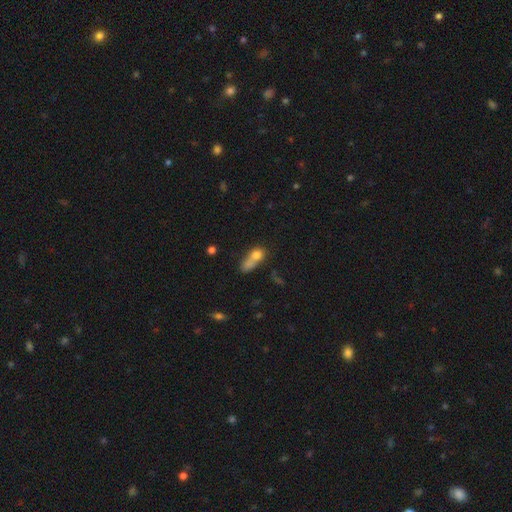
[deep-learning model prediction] The model was most divided on "how rounded": in between: 53%, round: 32%, cigar-shaped: 15%. Remaining: smooth or featured — smooth (71%); merging — merger (50%).